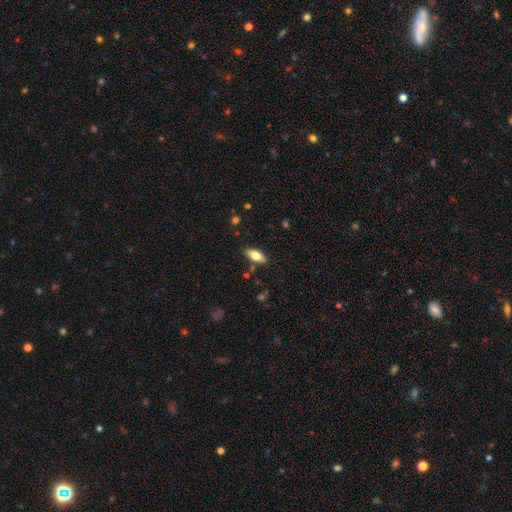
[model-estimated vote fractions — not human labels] Smooth or featured: smooth — 68% (featured or disk — 25%)
How rounded: in between — 81% (cigar-shaped — 16%)
Merging: none — 85% (minor disturbance — 11%)